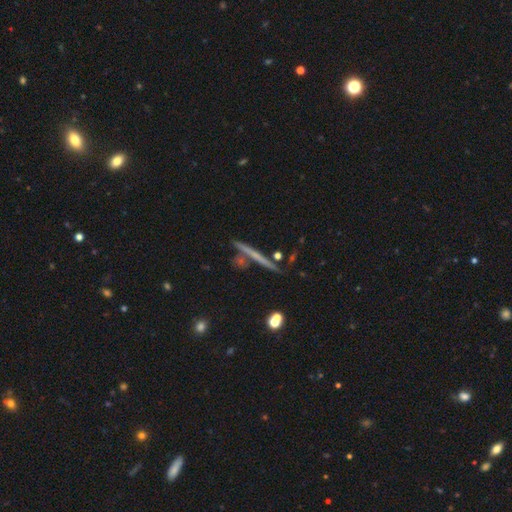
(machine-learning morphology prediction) smooth-or-featured: featured or disk: 57% | smooth: 34% | star or artifact: 8%
  disk-edge-on: yes: 97% | no: 3%
    edge-on-bulge: none: 77% | rounded: 18% | boxy: 6%
  merging: none: 80% | minor disturbance: 9% | merger: 8% | major disturbance: 3%